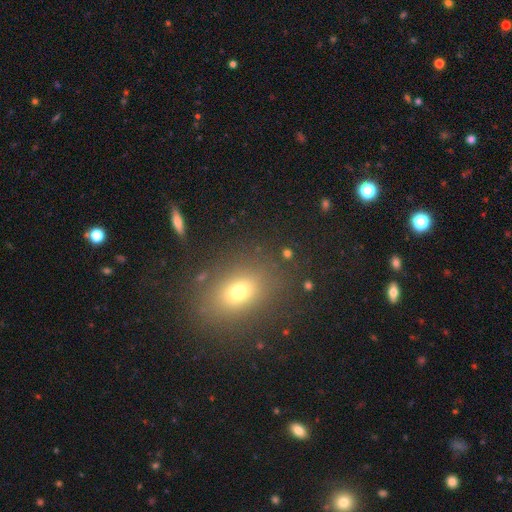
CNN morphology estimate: smooth 65%, star or artifact 23%, featured or disk 12%. Down the decision tree: how rounded — in between (65%); merging — none (86%).